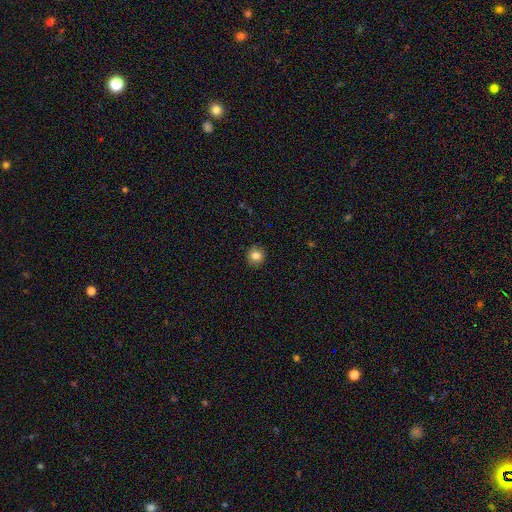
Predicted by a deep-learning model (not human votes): Smooth or featured? Predicted: smooth (p=0.83). How rounded? Predicted: round (p=0.88). Merging? Predicted: none (p=0.91).